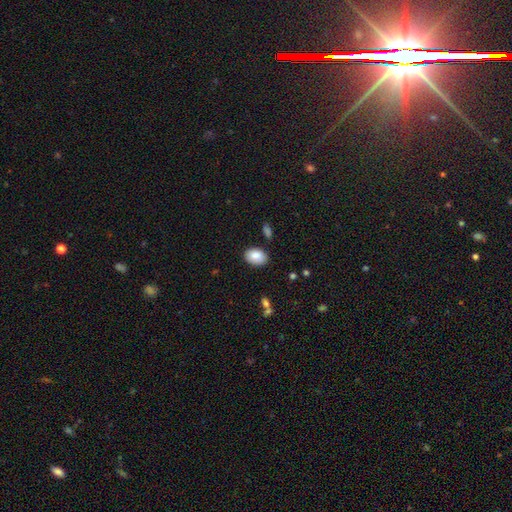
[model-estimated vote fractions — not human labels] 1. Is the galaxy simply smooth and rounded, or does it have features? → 87% smooth, 7% star or artifact, 6% featured or disk.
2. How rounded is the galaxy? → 85% in between, 14% round, 1% cigar-shaped.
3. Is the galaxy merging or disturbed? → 84% none, 11% minor disturbance, 3% merger, 2% major disturbance.